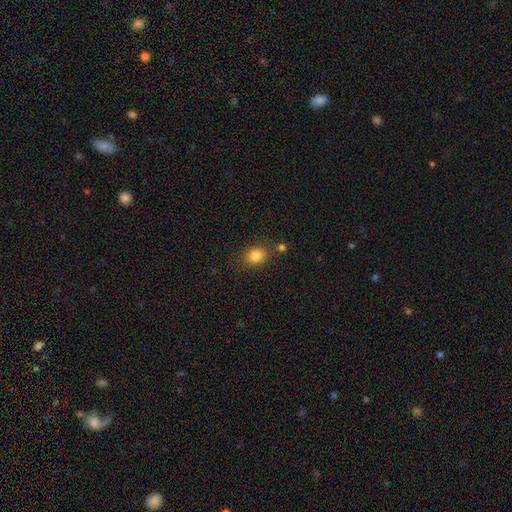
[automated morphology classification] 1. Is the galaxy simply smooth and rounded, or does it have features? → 82% smooth, 11% star or artifact, 6% featured or disk.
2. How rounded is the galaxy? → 57% round, 42% in between, 1% cigar-shaped.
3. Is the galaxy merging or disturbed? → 78% none, 12% minor disturbance, 7% merger, 3% major disturbance.